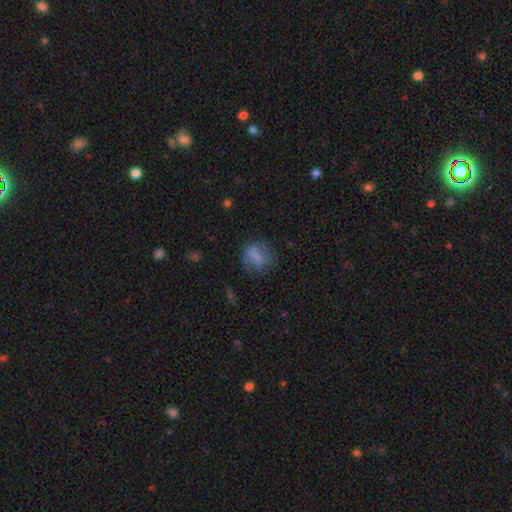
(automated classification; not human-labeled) Smooth or featured? Predicted: smooth (p=0.67). How rounded? Predicted: round (p=0.55). Merging? Predicted: none (p=0.58).